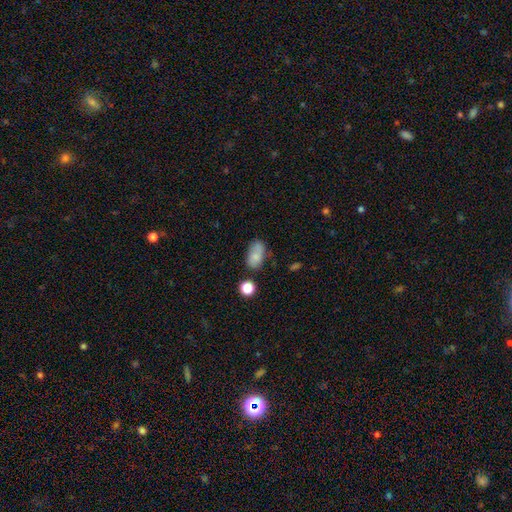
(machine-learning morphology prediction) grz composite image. It shows a smooth galaxy with no disk features (77%) that is in between round and cigar-shaped (88%). Merging: none (52%).